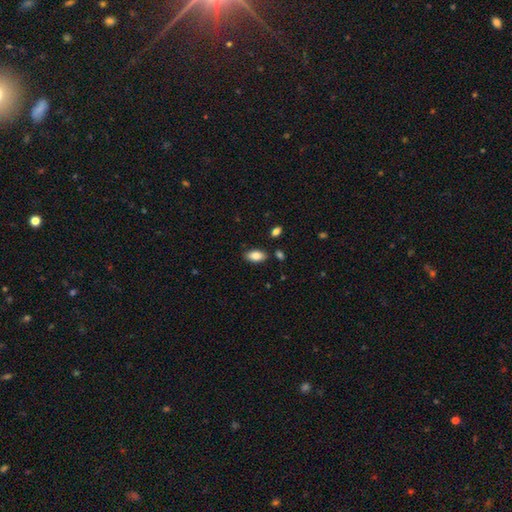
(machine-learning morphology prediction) Q: Smooth or featured?
A: smooth (85%); runner-up: featured or disk (8%)
Q: How rounded?
A: in between (93%); runner-up: cigar-shaped (4%)
Q: Merging?
A: none (84%); runner-up: minor disturbance (11%)